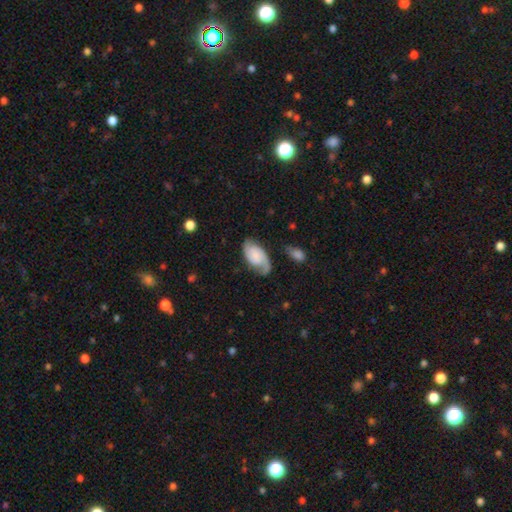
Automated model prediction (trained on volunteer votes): A featured or disk galaxy (61%) with no bar (70%), 2 (68%) medium (40%) spiral arms (92%) and no central bulge (40%). Merging: none (61%).